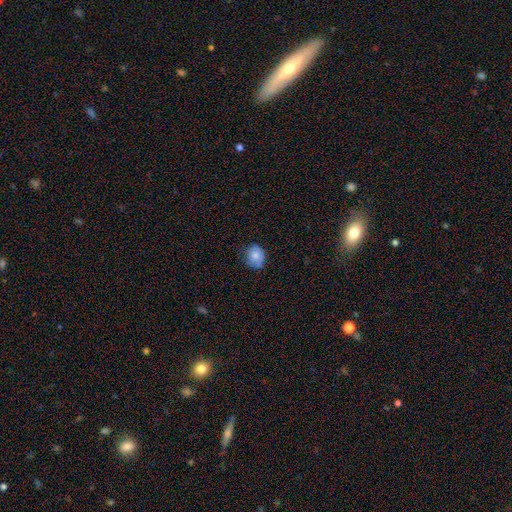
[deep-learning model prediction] Smooth or featured? smooth (81%)
How rounded? round (64%)
Merging? none (68%)